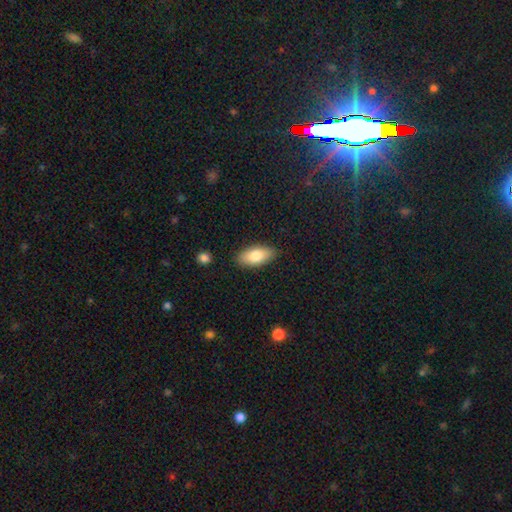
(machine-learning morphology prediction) smooth 82%, featured or disk 12%, star or artifact 6%. Down the decision tree: how rounded — in between (89%); merging — none (87%).